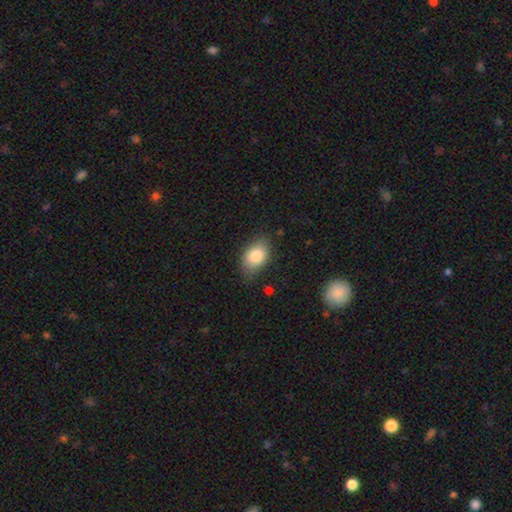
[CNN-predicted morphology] Smooth or featured?
  - smooth: 83% *
  - featured or disk: 10%
  - star or artifact: 7%
How rounded?
  - in between: 88% *
  - round: 11%
  - cigar-shaped: 2%
Merging?
  - none: 75% *
  - minor disturbance: 20%
  - major disturbance: 4%
  - merger: 2%